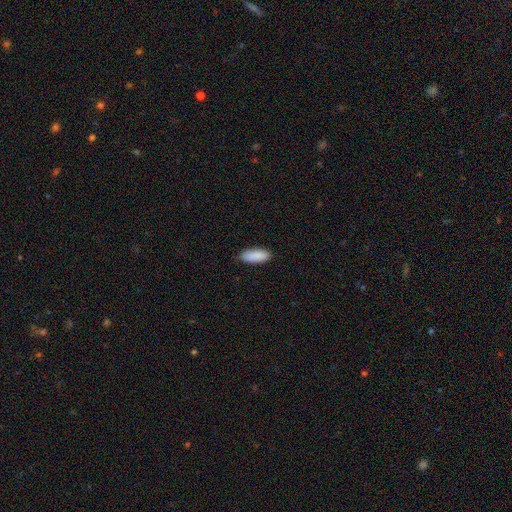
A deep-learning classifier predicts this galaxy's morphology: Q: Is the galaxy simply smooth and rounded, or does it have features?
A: smooth — 90%.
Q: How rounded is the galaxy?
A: in between — 73%.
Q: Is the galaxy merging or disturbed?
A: none — 87%.